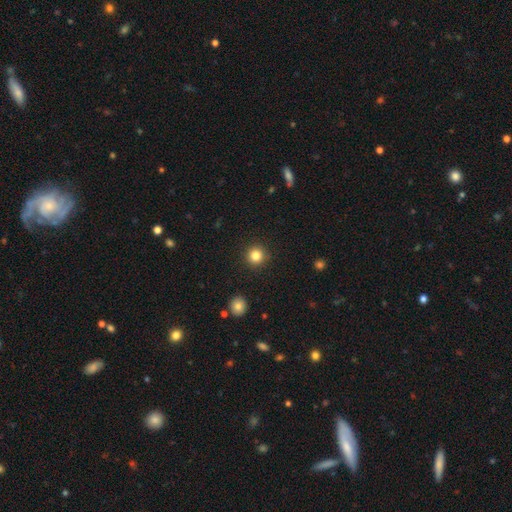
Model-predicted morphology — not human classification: Smooth or featured? smooth (84%)
How rounded? round (95%)
Merging? none (92%)